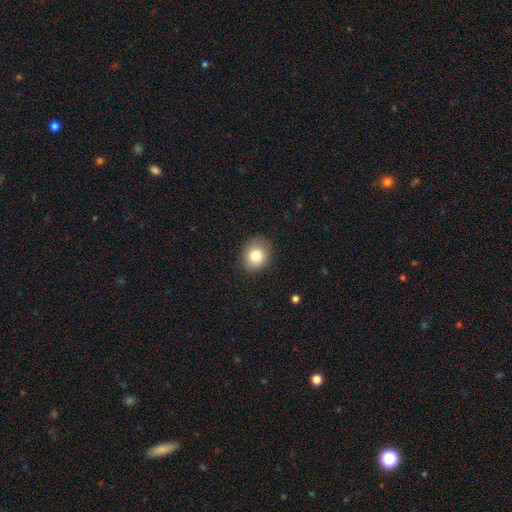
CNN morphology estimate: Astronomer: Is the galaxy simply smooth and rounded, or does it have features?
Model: smooth — 82%.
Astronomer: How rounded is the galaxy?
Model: round — 71%.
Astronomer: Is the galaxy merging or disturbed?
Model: none — 87%.